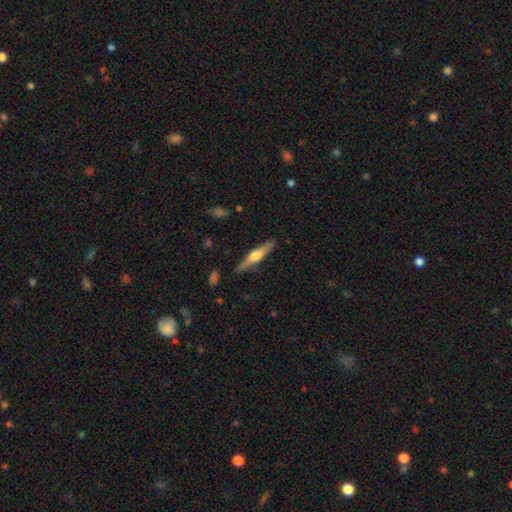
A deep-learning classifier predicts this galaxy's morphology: The model was most divided on "smooth or featured": featured or disk: 58%, smooth: 37%, star or artifact: 5%. More confident: edge-on disk — yes (96%); edge-on bulge — rounded (89%); merging — none (88%).